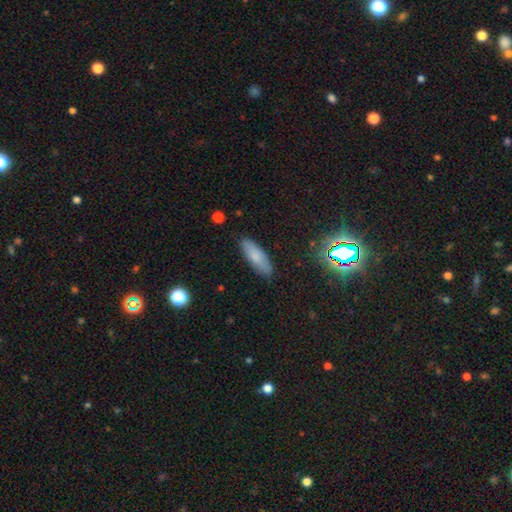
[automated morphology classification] Smooth or featured?
  - smooth: 76% *
  - featured or disk: 14%
  - star or artifact: 10%
How rounded?
  - in between: 58% *
  - cigar-shaped: 39%
  - round: 2%
Merging?
  - none: 86% *
  - minor disturbance: 11%
  - major disturbance: 2%
  - merger: 1%